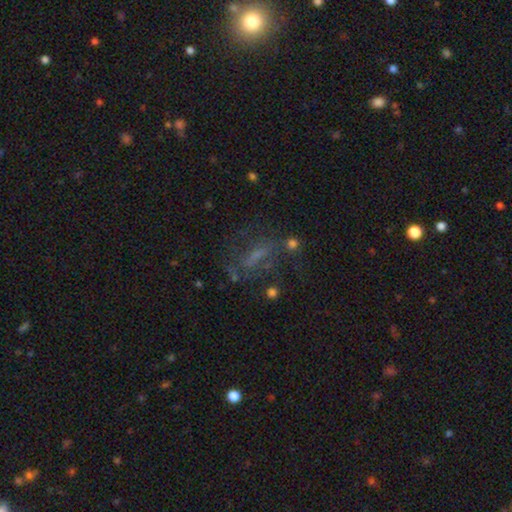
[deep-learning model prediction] smooth_or_featured: featured or disk (p=0.44) [alt: smooth p=0.30]
merging: none (p=0.52) [alt: major disturbance p=0.24]